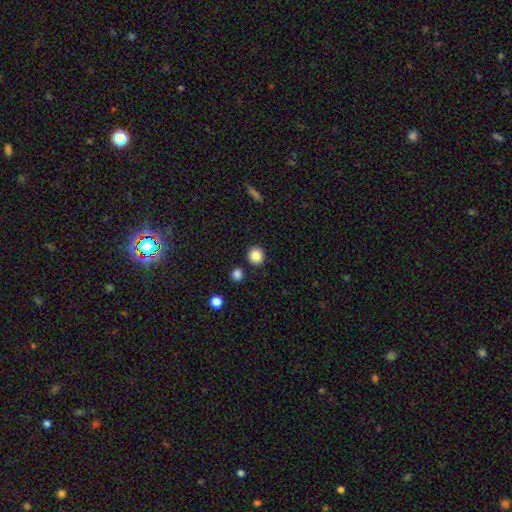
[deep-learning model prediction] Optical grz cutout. It shows a smooth galaxy with no disk features (86%) that is round (92%). Merging: none (87%).